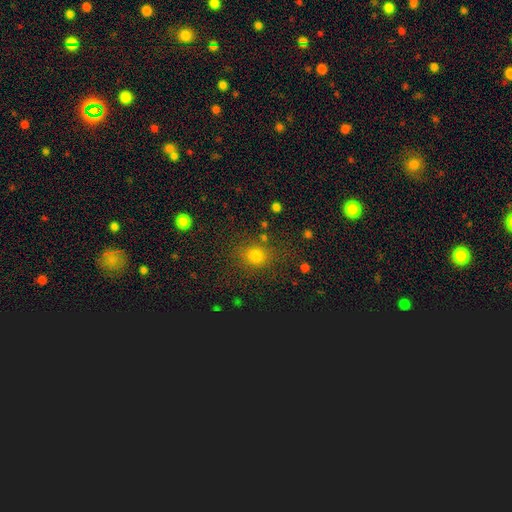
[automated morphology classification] Smooth or featured? smooth (77%)
How rounded? round (76%)
Merging? none (80%)